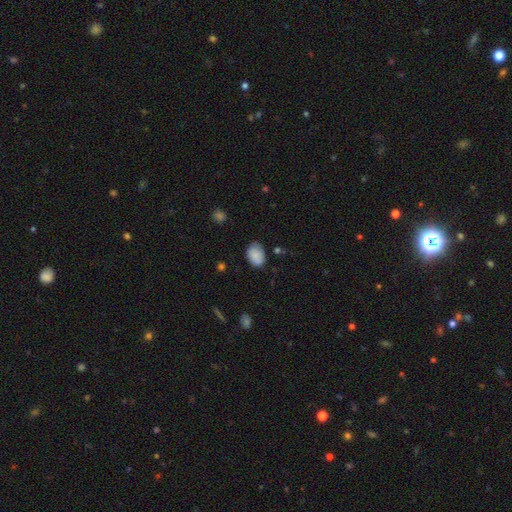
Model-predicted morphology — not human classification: smooth-or-featured: smooth: 84% | featured or disk: 8% | star or artifact: 8%
  how-rounded: in between: 81% | round: 18% | cigar-shaped: 1%
  merging: none: 71% | minor disturbance: 23% | major disturbance: 4% | merger: 2%